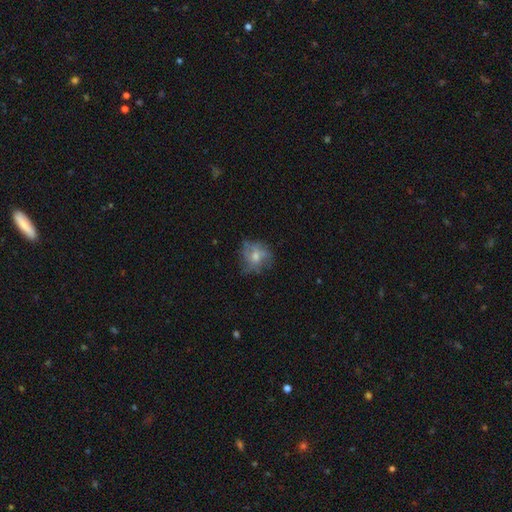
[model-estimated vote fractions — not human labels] Q: Smooth or featured?
A: smooth (50%); runner-up: featured or disk (39%)
Q: How rounded?
A: round (69%); runner-up: in between (30%)
Q: Merging?
A: none (56%); runner-up: minor disturbance (25%)